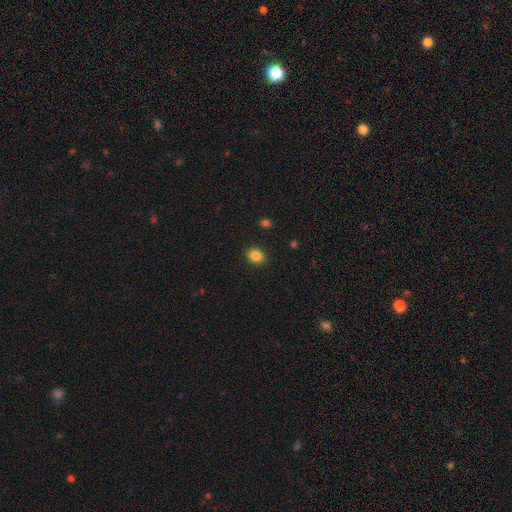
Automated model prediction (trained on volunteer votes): Q: Smooth or featured?
A: smooth (85%); runner-up: star or artifact (10%)
Q: How rounded?
A: in between (56%); runner-up: round (43%)
Q: Merging?
A: none (88%); runner-up: minor disturbance (8%)